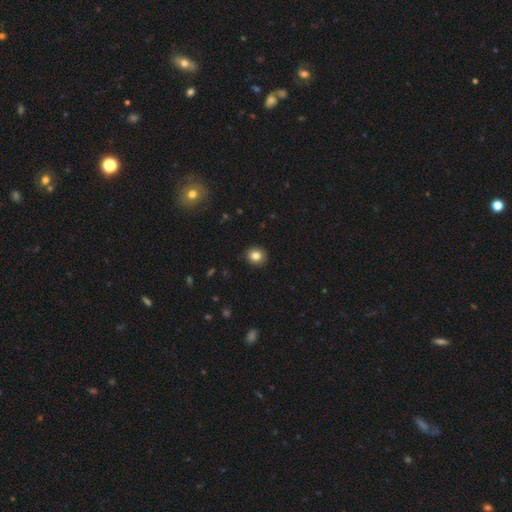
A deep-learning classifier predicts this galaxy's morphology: A smooth galaxy with no disk features (82%) that is round (84%). Merging: none (91%).